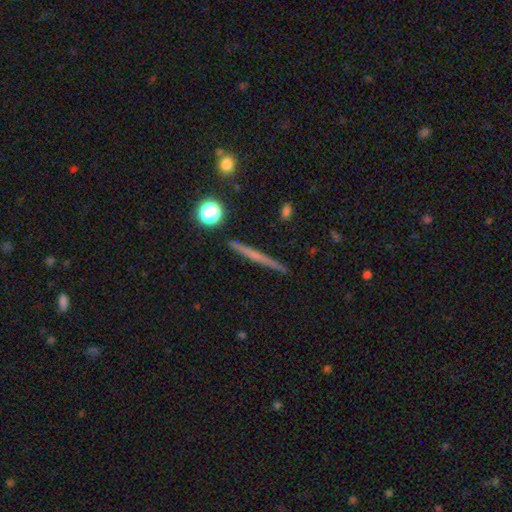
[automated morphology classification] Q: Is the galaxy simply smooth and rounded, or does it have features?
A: smooth — 49%.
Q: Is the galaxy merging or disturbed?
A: none — 89%.